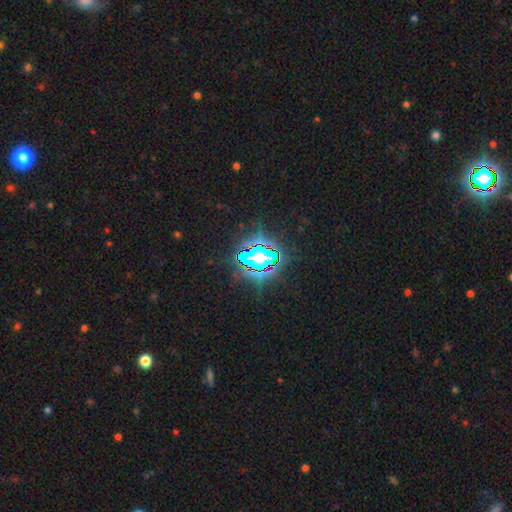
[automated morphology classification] Overall: star or artifact (73%).